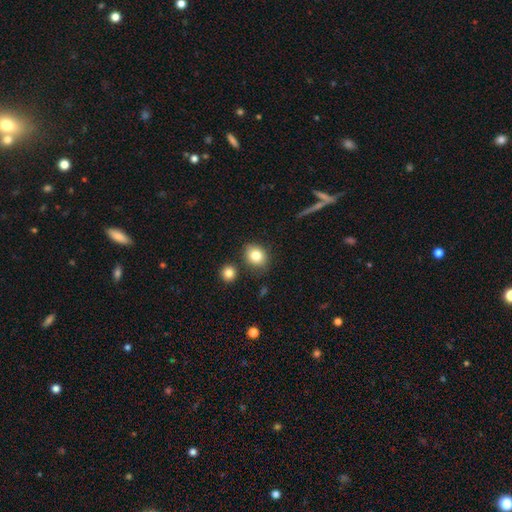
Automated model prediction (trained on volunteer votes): Q: Smooth or featured?
A: smooth (82%); runner-up: star or artifact (9%)
Q: How rounded?
A: round (55%); runner-up: in between (44%)
Q: Merging?
A: none (79%); runner-up: minor disturbance (12%)